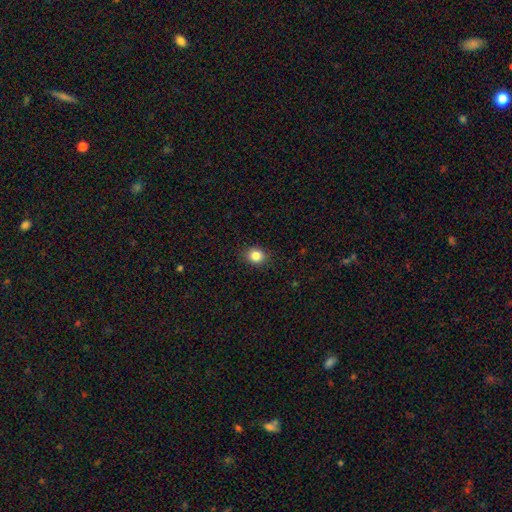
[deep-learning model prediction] Smooth or featured?
  - smooth: 85% *
  - star or artifact: 11%
  - featured or disk: 5%
How rounded?
  - round: 68% *
  - in between: 31%
  - cigar-shaped: 1%
Merging?
  - none: 88% *
  - minor disturbance: 8%
  - major disturbance: 2%
  - merger: 1%